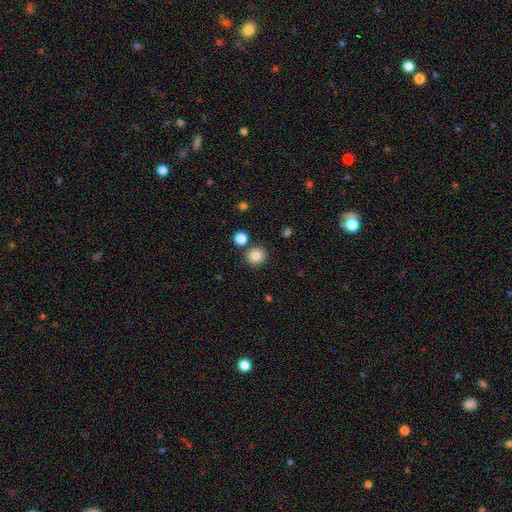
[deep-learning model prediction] smooth_or_featured: smooth (p=0.85) [alt: star or artifact p=0.11]
how_rounded: round (p=0.89) [alt: in between p=0.10]
merging: none (p=0.83) [alt: merger p=0.07]